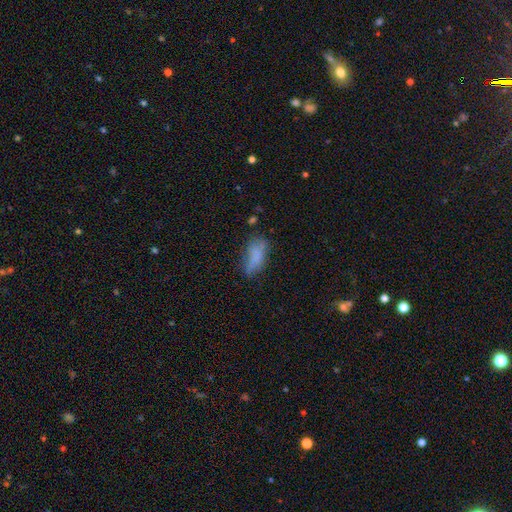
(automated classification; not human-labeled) The model was most divided on "merging": none: 43%, minor disturbance: 32%, major disturbance: 20%, merger: 5%. More confident: how rounded — in between (82%); smooth or featured — smooth (67%).